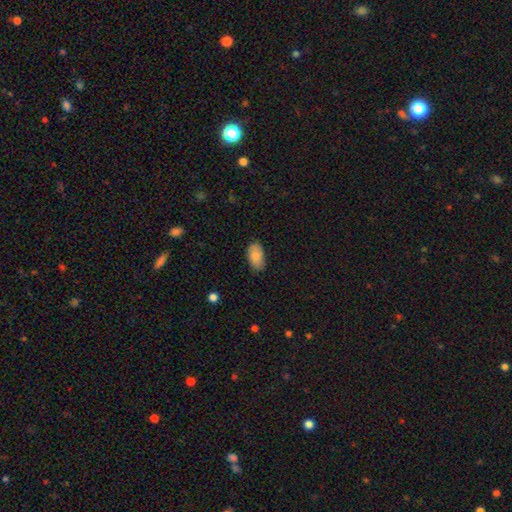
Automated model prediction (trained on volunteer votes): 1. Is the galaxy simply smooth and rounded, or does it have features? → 83% smooth, 10% featured or disk, 7% star or artifact.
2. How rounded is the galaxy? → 94% in between, 4% round, 2% cigar-shaped.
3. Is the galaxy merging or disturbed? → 80% none, 16% minor disturbance, 3% major disturbance, 1% merger.